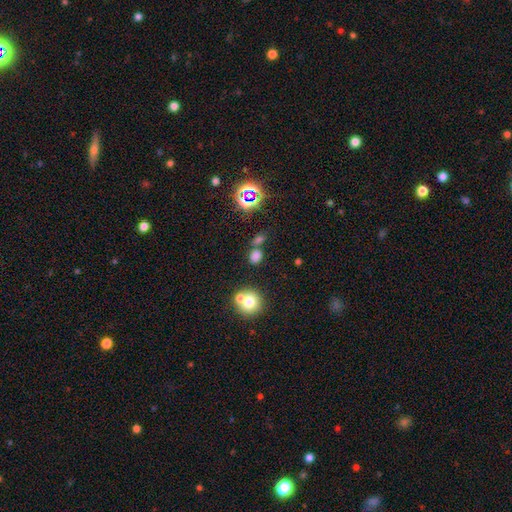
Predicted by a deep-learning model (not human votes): Q: Smooth or featured?
A: smooth (70%); runner-up: star or artifact (22%)
Q: How rounded?
A: in between (50%); runner-up: round (48%)
Q: Merging?
A: none (53%); runner-up: merger (30%)